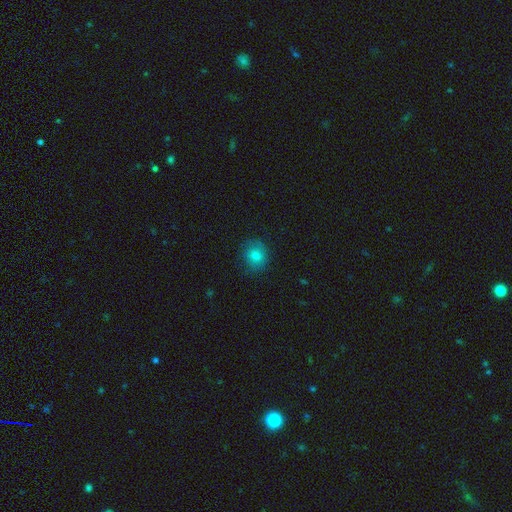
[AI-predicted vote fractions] This is likely a smooth galaxy (77%). How rounded: likely round (73%). Merging: likely none (78%).